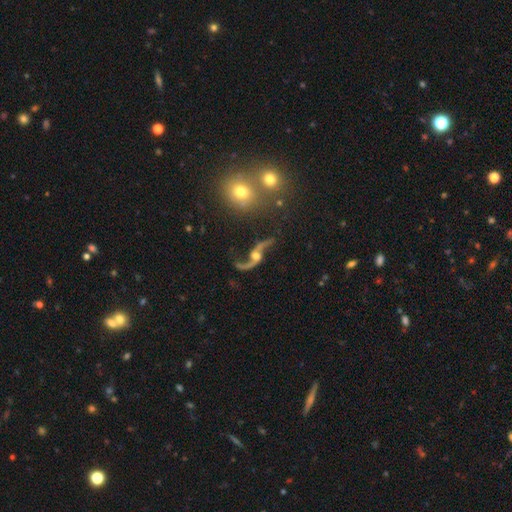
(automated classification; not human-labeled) Smooth or featured: featured or disk — 89% (star or artifact — 6%)
Edge-on disk: no — 93% (yes — 7%)
Bar: no — 63% (weak — 28%)
Spiral arms: yes — 96% (no — 4%)
Spiral winding: loose — 94% (medium — 5%)
Spiral arm count: 2 — 94% (1 — 2%)
Bulge size: moderate — 49% (small — 26%)
Merging: none — 68% (minor disturbance — 14%)